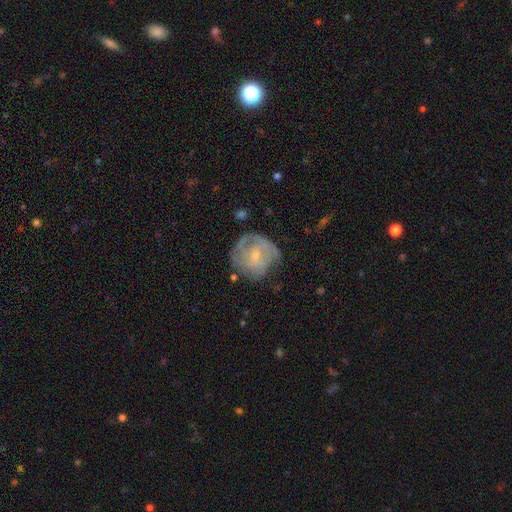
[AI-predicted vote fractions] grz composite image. It shows a featured or disk galaxy (67%) with no bar (60%), tight (52%) spiral arms (79%) and a small central bulge (67%). Merging: none (58%).